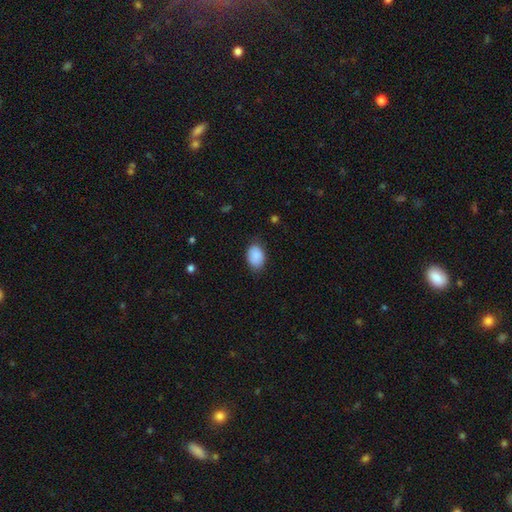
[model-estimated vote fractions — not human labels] Overall: smooth (89%). How rounded: in between (81%). Merging: none (78%).